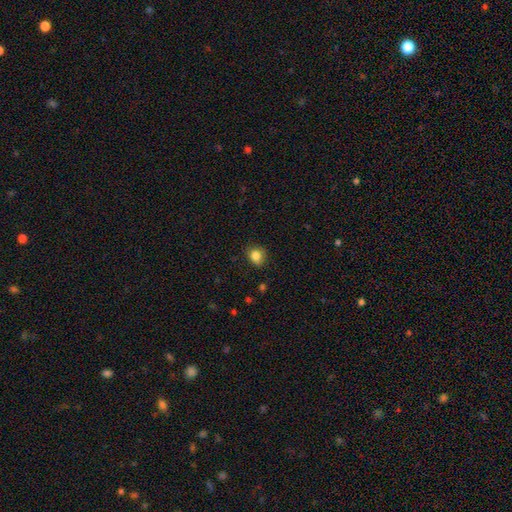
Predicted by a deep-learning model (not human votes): smooth 84%, star or artifact 11%, featured or disk 5%. Down the decision tree: how rounded — round (64%); merging — none (76%).